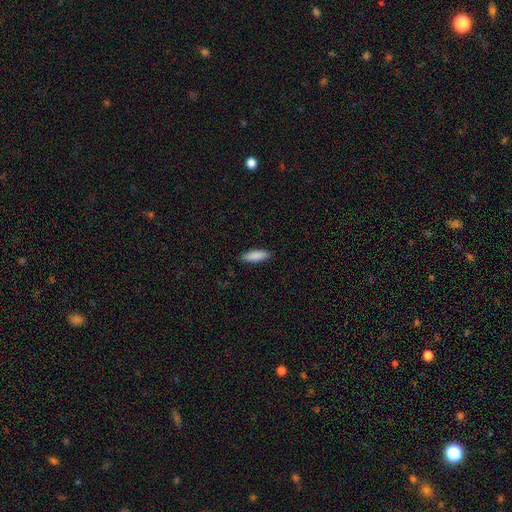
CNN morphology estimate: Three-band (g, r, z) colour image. It shows a smooth galaxy with no disk features (88%) that is in between round and cigar-shaped (53%). Merging: none (88%).